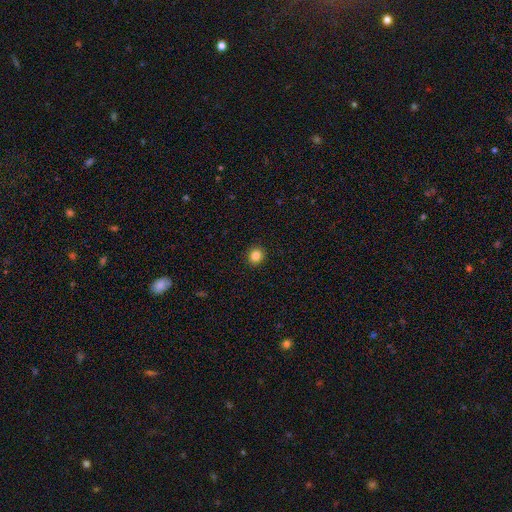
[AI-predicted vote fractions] smooth_or_featured: smooth (p=0.83) [alt: star or artifact p=0.11]
how_rounded: round (p=0.81) [alt: in between p=0.18]
merging: none (p=0.92) [alt: minor disturbance p=0.05]